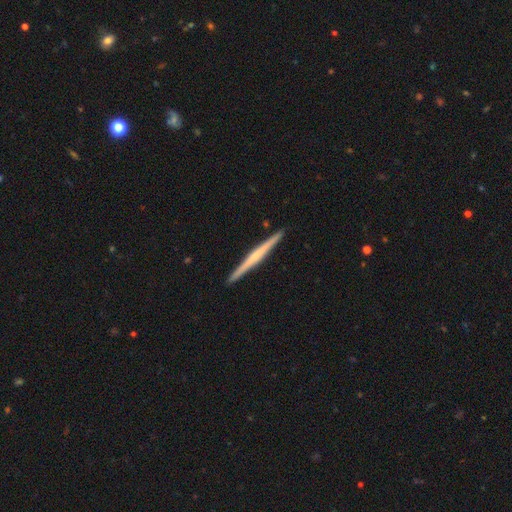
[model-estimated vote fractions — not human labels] Q: Smooth or featured?
A: featured or disk (65%); runner-up: smooth (30%)
Q: Edge-on disk?
A: yes (98%); runner-up: no (2%)
Q: Edge-on bulge?
A: none (55%); runner-up: rounded (34%)
Q: Merging?
A: none (93%); runner-up: minor disturbance (5%)